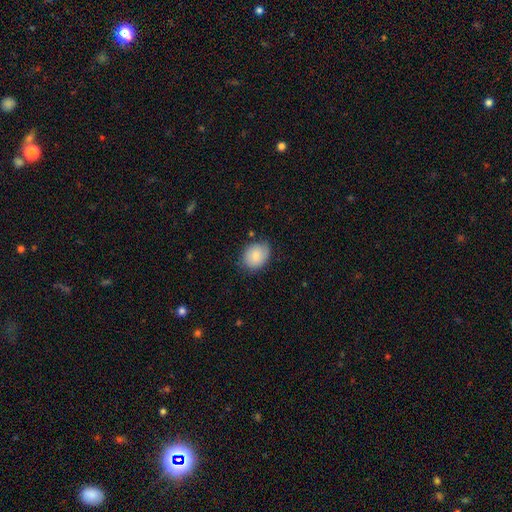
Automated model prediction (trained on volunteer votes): Q: Smooth or featured?
A: smooth (82%); runner-up: featured or disk (10%)
Q: How rounded?
A: in between (53%); runner-up: round (46%)
Q: Merging?
A: none (74%); runner-up: minor disturbance (21%)